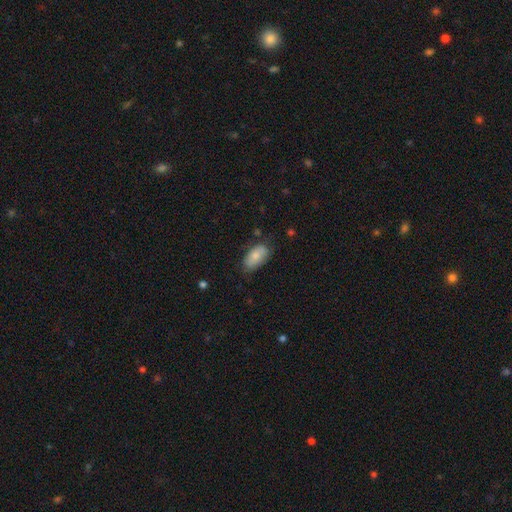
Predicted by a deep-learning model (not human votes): smooth_or_featured: smooth (p=0.79) [alt: featured or disk p=0.14]
how_rounded: in between (p=0.93) [alt: cigar-shaped p=0.03]
merging: none (p=0.68) [alt: minor disturbance p=0.25]